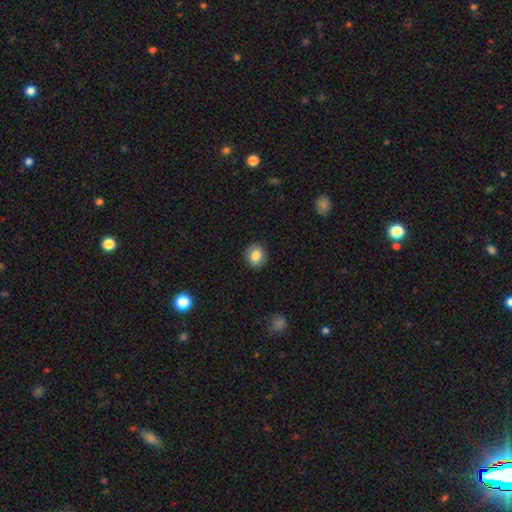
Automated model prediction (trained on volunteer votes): Smooth or featured? smooth (83%)
How rounded? round (85%)
Merging? none (89%)